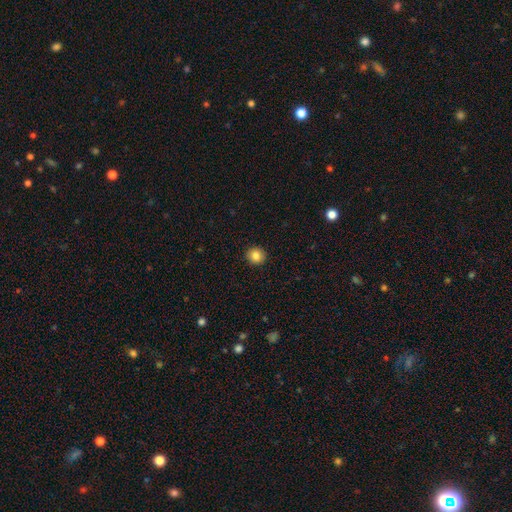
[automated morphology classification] Smooth or featured? Predicted: smooth (p=0.84). How rounded? Predicted: round (p=0.90). Merging? Predicted: none (p=0.93).